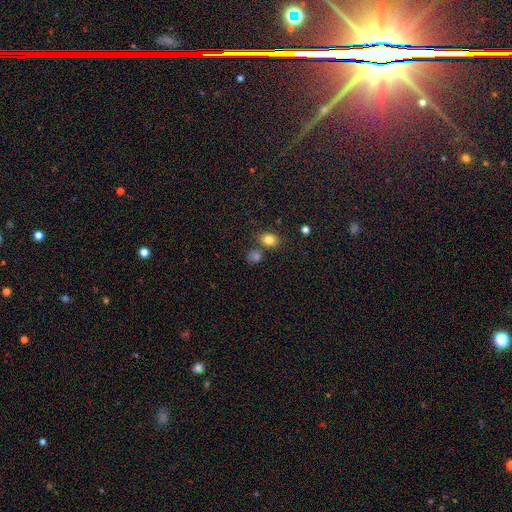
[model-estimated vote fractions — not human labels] smooth_or_featured: smooth (p=0.76) [alt: star or artifact p=0.16]
how_rounded: round (p=0.51) [alt: in between p=0.48]
merging: none (p=0.67) [alt: merger p=0.18]